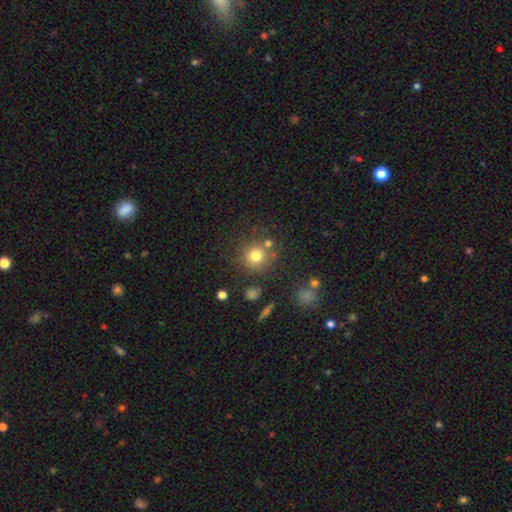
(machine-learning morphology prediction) This appears to be a smooth galaxy with no disk features (77%) that is round (91%). Merging: none (74%).